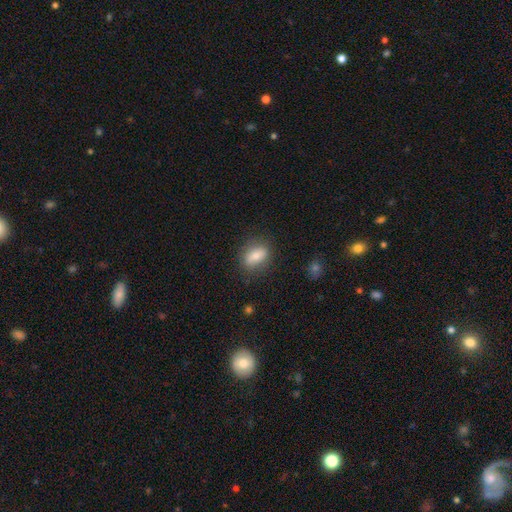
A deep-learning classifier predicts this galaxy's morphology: smooth_or_featured: smooth (p=0.71) [alt: featured or disk p=0.21]
how_rounded: in between (p=0.73) [alt: round p=0.20]
merging: none (p=0.82) [alt: minor disturbance p=0.13]